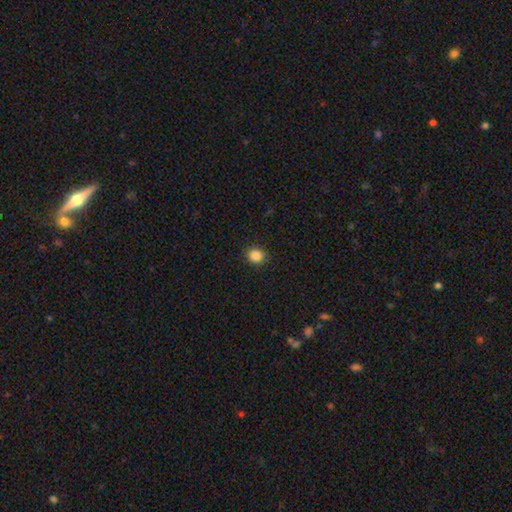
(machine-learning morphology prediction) type=smooth (86%); roundness=round (78%); merging=none (90%).